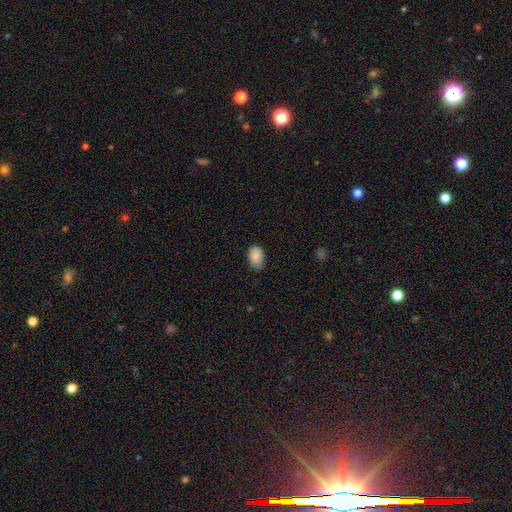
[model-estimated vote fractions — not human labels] Q: Smooth or featured?
A: smooth (87%); runner-up: star or artifact (7%)
Q: How rounded?
A: in between (89%); runner-up: round (9%)
Q: Merging?
A: none (72%); runner-up: minor disturbance (24%)